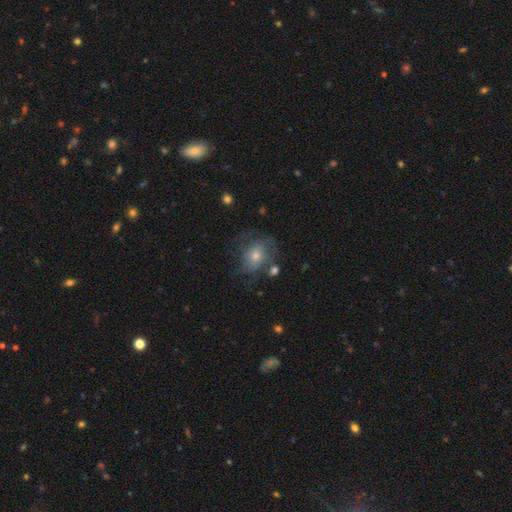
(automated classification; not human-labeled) featured or disk 43%, smooth 41%, star or artifact 15%. Down the decision tree: merging — none (57%).